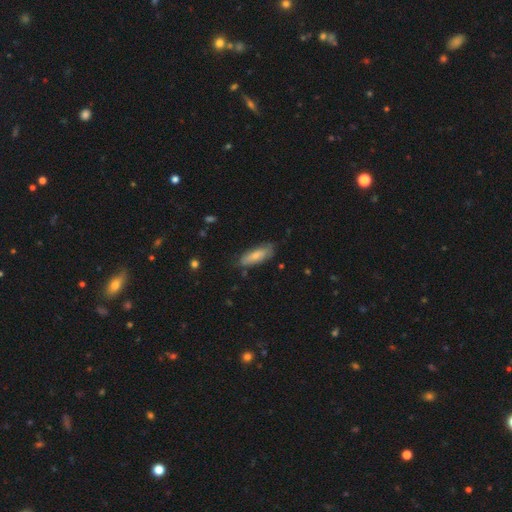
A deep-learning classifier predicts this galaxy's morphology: Q: Smooth or featured?
A: smooth (74%); runner-up: featured or disk (21%)
Q: How rounded?
A: in between (59%); runner-up: cigar-shaped (39%)
Q: Merging?
A: none (70%); runner-up: minor disturbance (23%)